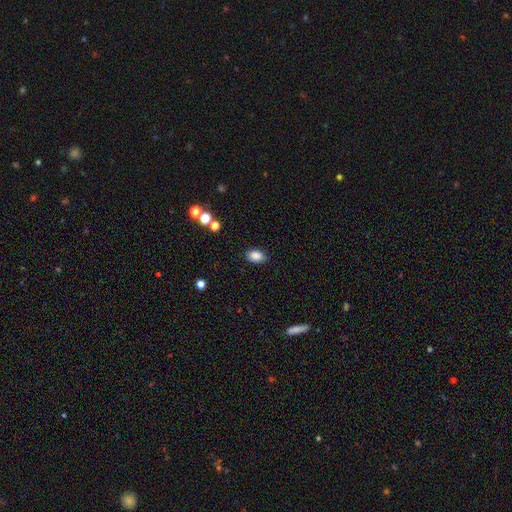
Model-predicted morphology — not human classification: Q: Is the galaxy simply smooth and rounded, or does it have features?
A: smooth — 86%.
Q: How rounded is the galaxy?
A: in between — 84%.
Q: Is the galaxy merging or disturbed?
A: none — 85%.